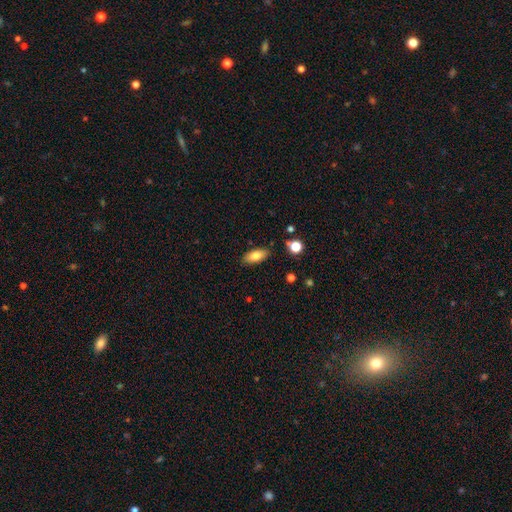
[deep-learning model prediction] A smooth galaxy with no disk features (80%) that is in between round and cigar-shaped (87%).

Vote fractions:
- Smooth or featured? smooth: 80% / featured or disk: 13% / star or artifact: 8%
- How rounded? in between: 87% / cigar-shaped: 10% / round: 3%
- Merging? none: 85% / minor disturbance: 11% / major disturbance: 2% / merger: 2%